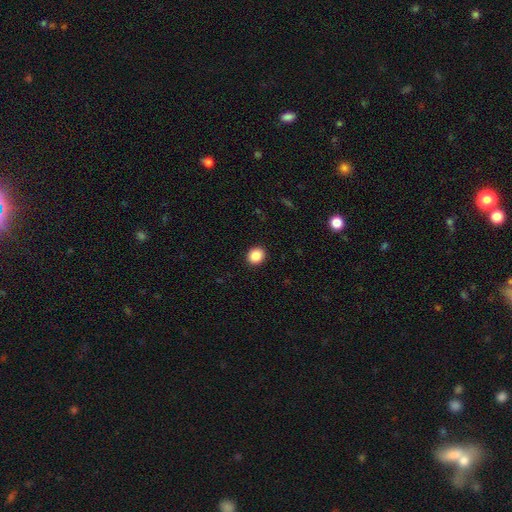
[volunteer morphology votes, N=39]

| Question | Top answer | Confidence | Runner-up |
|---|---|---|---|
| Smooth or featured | smooth | 87% | star or artifact (10%) |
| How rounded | round | 68% | in between (32%) |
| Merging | none | 97% | major disturbance (3%) |